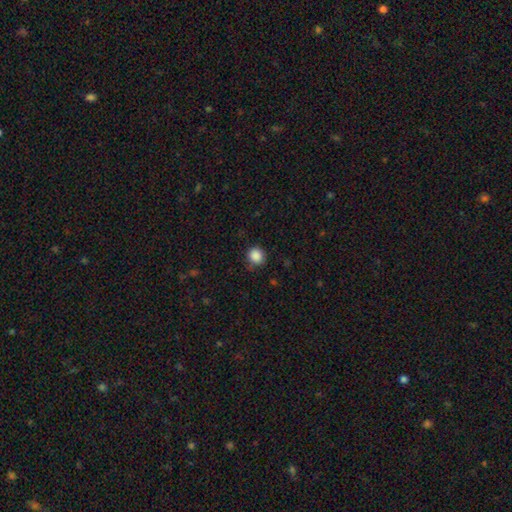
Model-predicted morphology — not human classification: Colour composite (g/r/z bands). It shows a smooth galaxy with no disk features (87%) that is round (88%). Merging: none (81%).